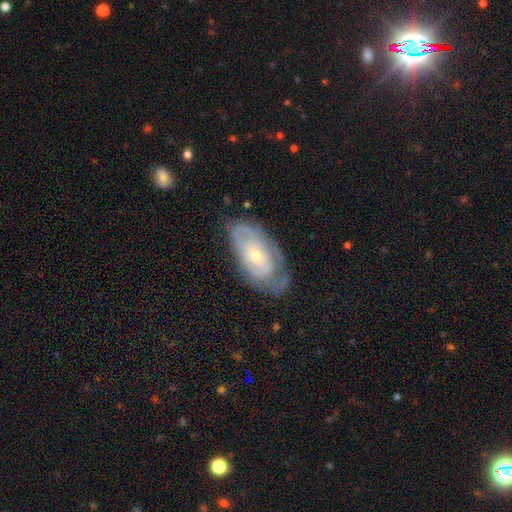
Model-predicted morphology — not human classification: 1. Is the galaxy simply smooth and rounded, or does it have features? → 63% featured or disk, 30% smooth, 7% star or artifact.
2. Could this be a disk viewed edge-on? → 91% no, 9% yes.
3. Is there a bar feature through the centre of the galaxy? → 82% no, 15% weak, 3% strong.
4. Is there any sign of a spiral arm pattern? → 59% yes, 41% no.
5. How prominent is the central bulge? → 61% small, 35% moderate, 2% large, 1% none, 1% dominant.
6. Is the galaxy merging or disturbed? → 57% none, 27% minor disturbance, 14% major disturbance, 2% merger.